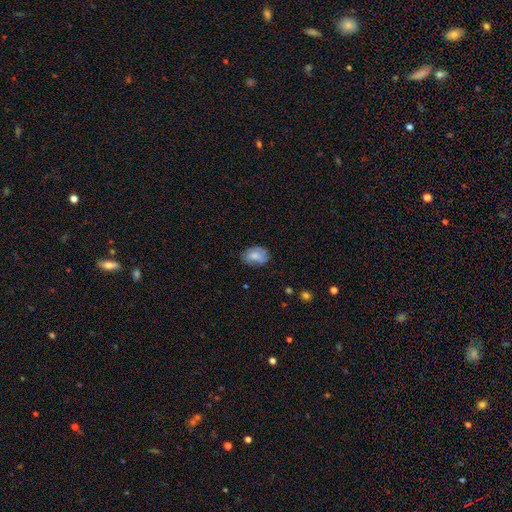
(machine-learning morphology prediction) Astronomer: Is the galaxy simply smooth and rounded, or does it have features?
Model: smooth — 70%.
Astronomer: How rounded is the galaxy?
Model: in between — 82%.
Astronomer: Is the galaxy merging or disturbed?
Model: none — 66%.